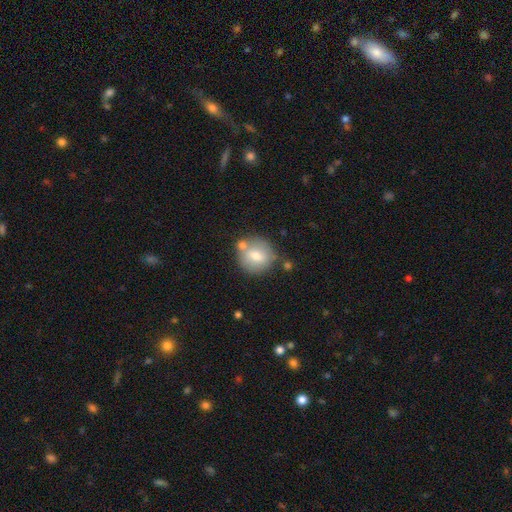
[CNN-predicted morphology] A smooth galaxy with no disk features (70%) that is round (89%). Merging: none (66%).